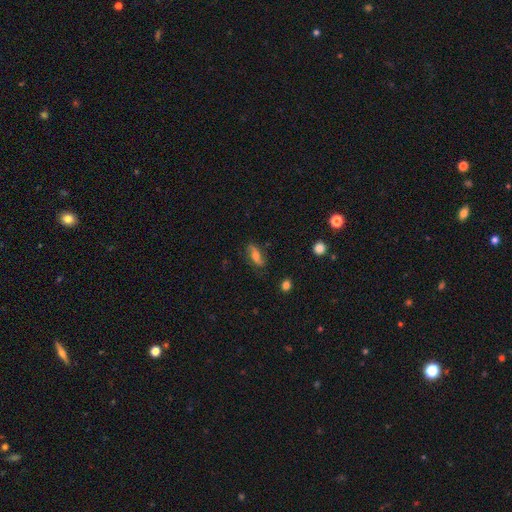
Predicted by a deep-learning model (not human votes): smooth-or-featured: featured or disk: 51% | smooth: 40% | star or artifact: 9%
  disk-edge-on: no: 81% | yes: 19%
  merging: none: 76% | minor disturbance: 17% | major disturbance: 6% | merger: 2%